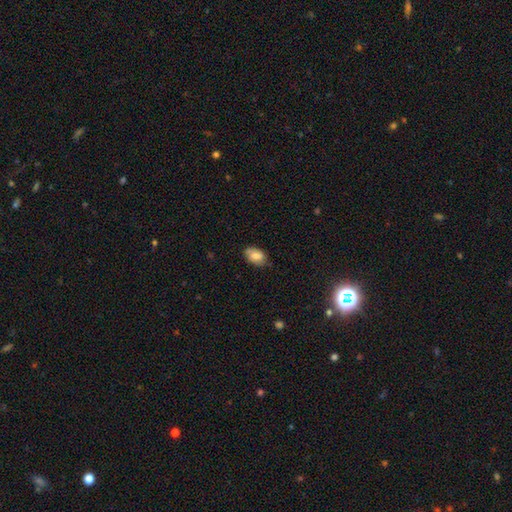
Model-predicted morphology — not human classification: Overall: smooth (75%). How rounded: in between (88%). Merging: none (74%).